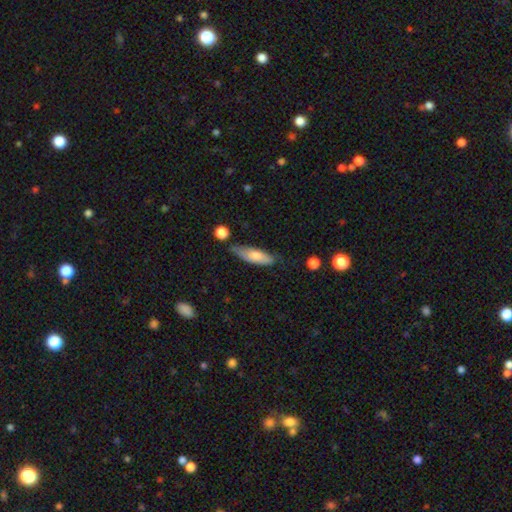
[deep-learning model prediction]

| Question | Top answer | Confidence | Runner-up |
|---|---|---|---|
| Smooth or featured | smooth | 71% | featured or disk (23%) |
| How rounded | in between | 49% | tied: cigar-shaped (49%) |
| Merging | none | 62% | minor disturbance (28%) |